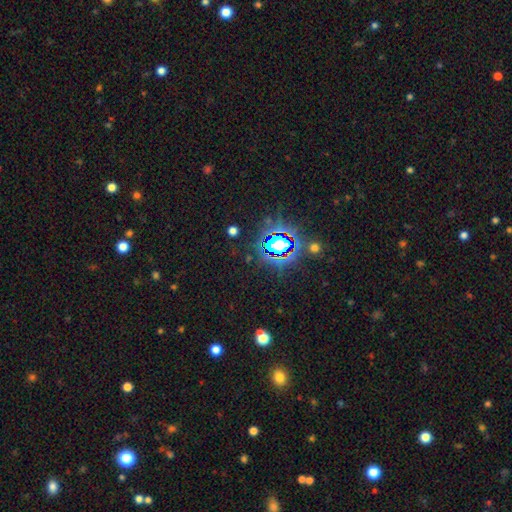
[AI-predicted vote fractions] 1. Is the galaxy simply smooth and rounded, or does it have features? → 85% star or artifact, 9% smooth, 6% featured or disk.